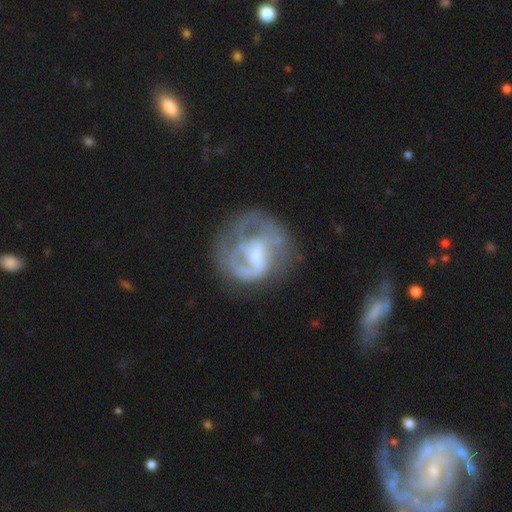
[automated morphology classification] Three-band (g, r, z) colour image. It shows a featured or disk galaxy (72%) with a weak bar (47%), spiral arms (70%) and a small central bulge (37%). Merging: none (50%).